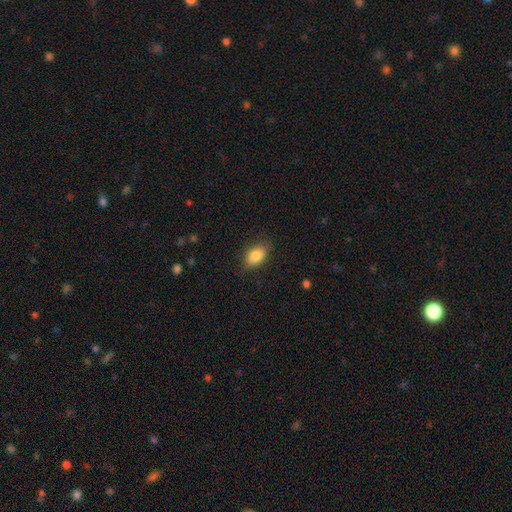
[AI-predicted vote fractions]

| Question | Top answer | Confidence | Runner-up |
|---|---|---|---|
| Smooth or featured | smooth | 84% | featured or disk (8%) |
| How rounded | in between | 89% | round (8%) |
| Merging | none | 83% | minor disturbance (13%) |